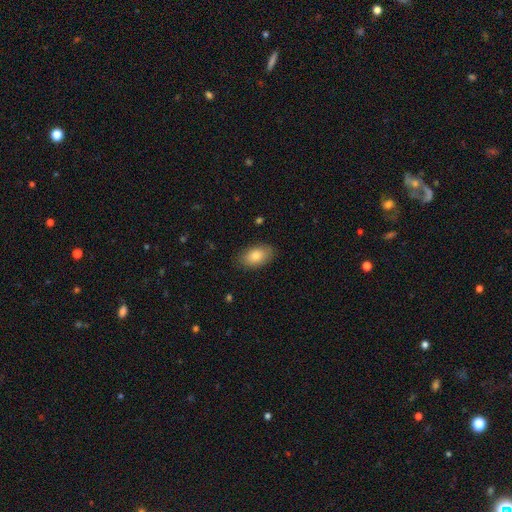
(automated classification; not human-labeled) smooth_or_featured: smooth (p=0.81) [alt: featured or disk p=0.12]
how_rounded: in between (p=0.93) [alt: round p=0.06]
merging: none (p=0.84) [alt: minor disturbance p=0.12]